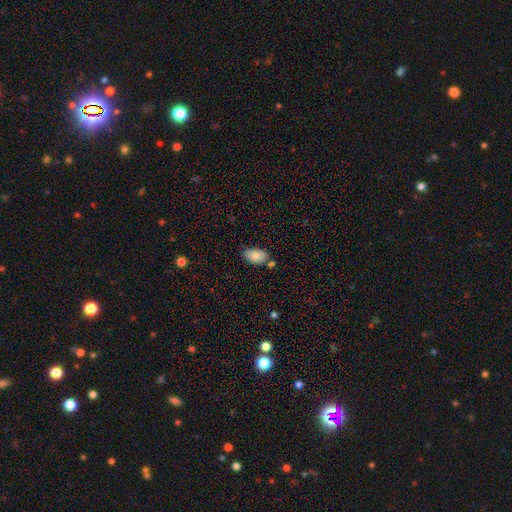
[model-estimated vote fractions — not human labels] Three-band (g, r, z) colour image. It shows a smooth galaxy with no disk features (85%) that is in between round and cigar-shaped (93%). Merging: none (71%).